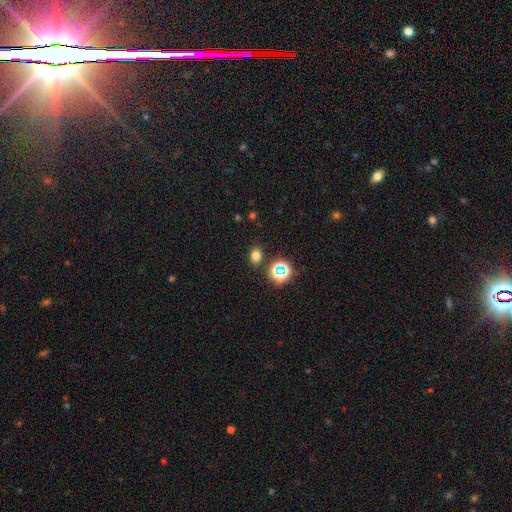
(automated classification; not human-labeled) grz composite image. It shows a smooth galaxy with no disk features (72%) that is in between round and cigar-shaped (56%). Merging: none (84%).